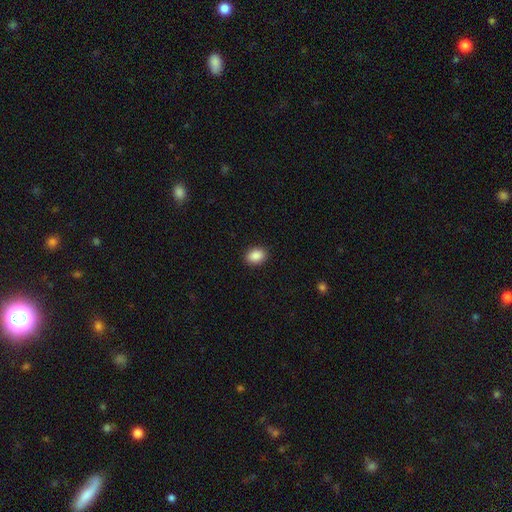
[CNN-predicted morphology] smooth-or-featured: smooth: 89% | star or artifact: 8% | featured or disk: 3%
  how-rounded: in between: 71% | round: 28% | cigar-shaped: 1%
  merging: none: 91% | minor disturbance: 7% | major disturbance: 2% | merger: 1%